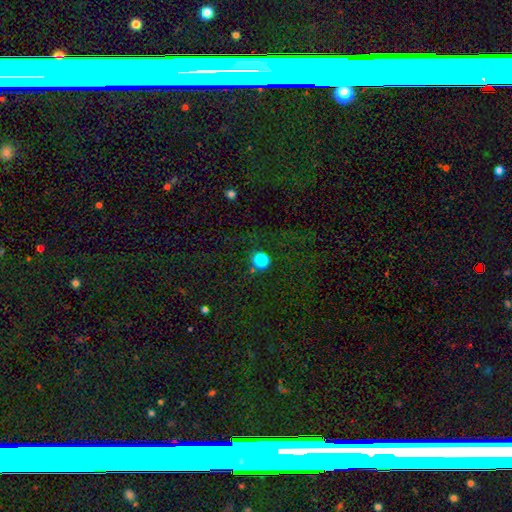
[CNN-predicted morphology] smooth_or_featured: star or artifact (p=0.40) [alt: featured or disk p=0.34]